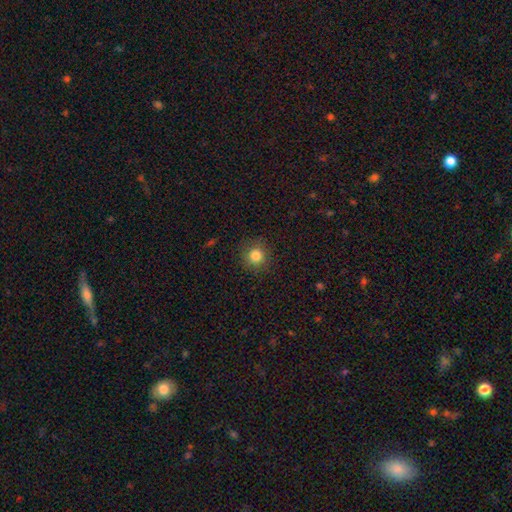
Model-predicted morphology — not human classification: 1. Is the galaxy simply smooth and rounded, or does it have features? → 83% smooth, 12% star or artifact, 5% featured or disk.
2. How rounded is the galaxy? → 92% round, 7% in between, 1% cigar-shaped.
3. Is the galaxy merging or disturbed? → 89% none, 8% minor disturbance, 3% major disturbance, 1% merger.